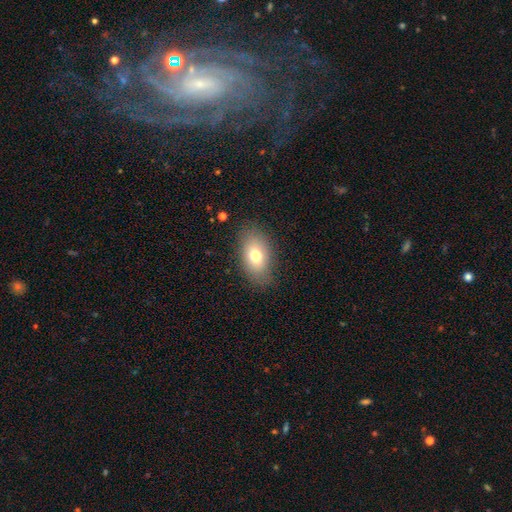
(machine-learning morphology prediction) A smooth galaxy with no disk features (74%) that is in between round and cigar-shaped (88%).

Vote fractions:
- Smooth or featured? smooth: 74% / featured or disk: 17% / star or artifact: 10%
- How rounded? in between: 88% / round: 9% / cigar-shaped: 3%
- Merging? none: 83% / minor disturbance: 12% / major disturbance: 4% / merger: 1%